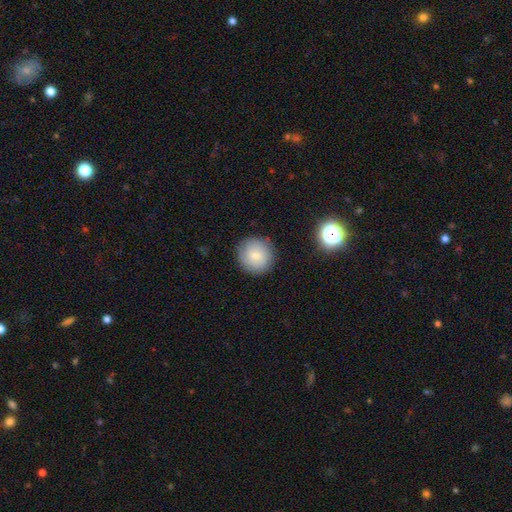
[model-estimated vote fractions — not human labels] Q: Smooth or featured?
A: smooth (77%); runner-up: featured or disk (14%)
Q: How rounded?
A: round (93%); runner-up: in between (6%)
Q: Merging?
A: none (88%); runner-up: minor disturbance (8%)